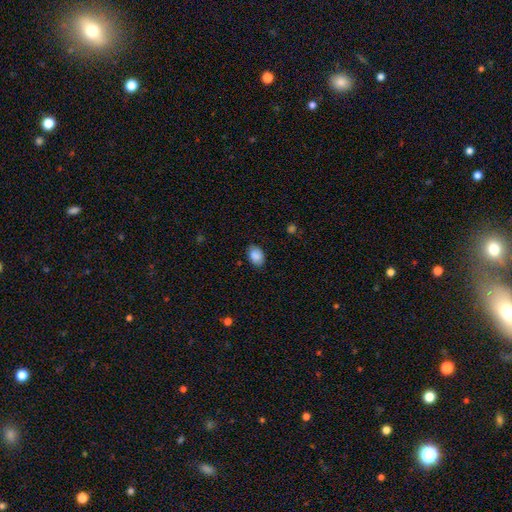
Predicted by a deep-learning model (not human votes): smooth 86%, star or artifact 7%, featured or disk 6%. Down the decision tree: how rounded — in between (81%); merging — none (82%).